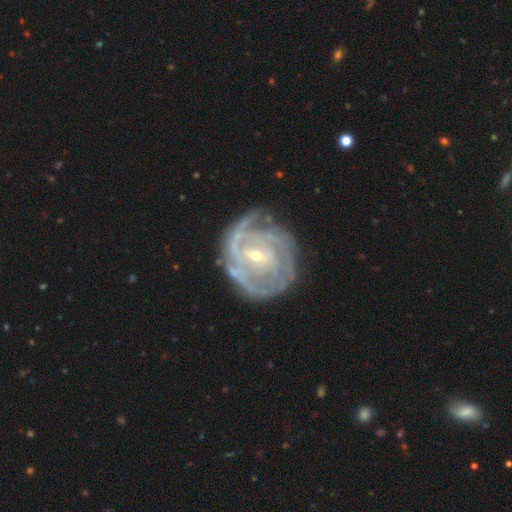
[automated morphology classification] Smooth or featured? Predicted: featured or disk (p=0.87). Edge-on disk? Predicted: no (p=0.97). Bar? Predicted: weak (p=0.48). Spiral arms? Predicted: yes (p=0.93). Spiral winding? Predicted: tight (p=0.65). Spiral arm count? Predicted: can't tell (p=0.33). Bulge size? Predicted: small (p=0.70). Merging? Predicted: none (p=0.62).